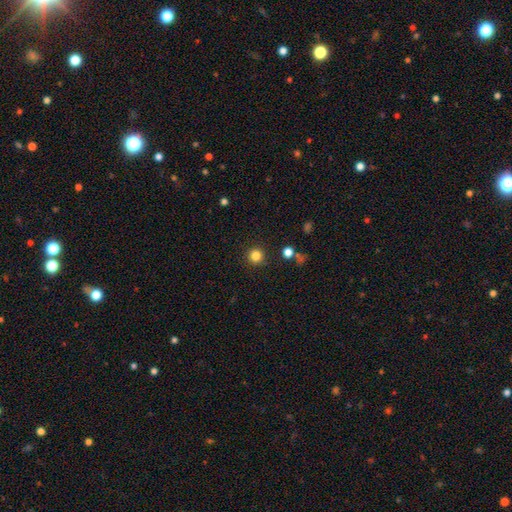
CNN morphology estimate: Smooth or featured: smooth — 83% (star or artifact — 13%)
How rounded: round — 95% (in between — 4%)
Merging: none — 91% (minor disturbance — 5%)